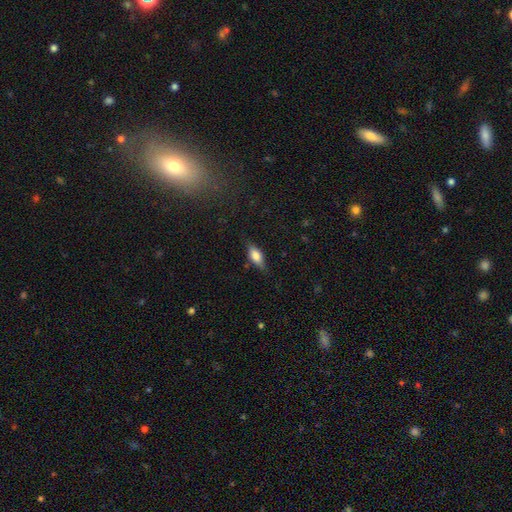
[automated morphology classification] This appears to be a smooth galaxy with no disk features (70%) that is in between round and cigar-shaped (75%). Merging: none (77%).